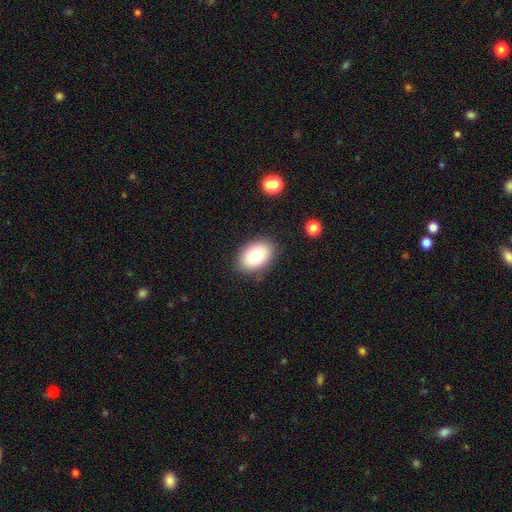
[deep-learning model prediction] Smooth or featured? Predicted: smooth (p=0.80). How rounded? Predicted: in between (p=0.86). Merging? Predicted: none (p=0.86).